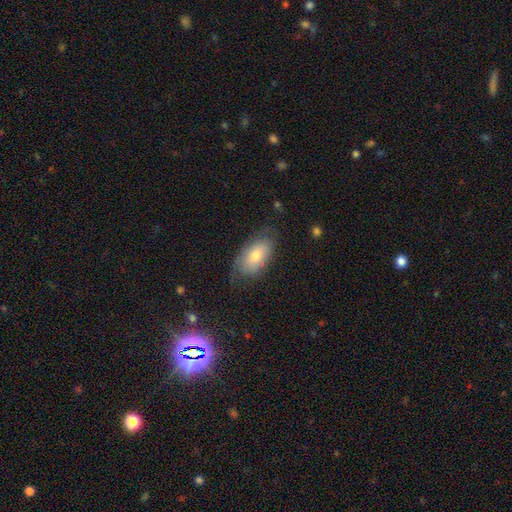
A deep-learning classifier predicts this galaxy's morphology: The model was most divided on "merging": none: 66%, minor disturbance: 24%, major disturbance: 9%, merger: 1%. More confident: how rounded — in between (92%); smooth or featured — smooth (69%).